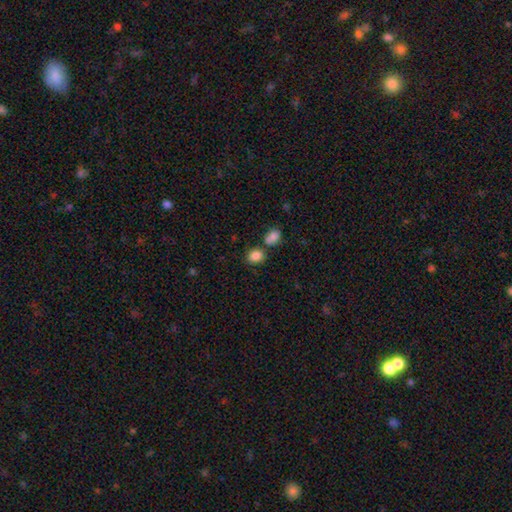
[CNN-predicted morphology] smooth_or_featured: smooth (p=0.86) [alt: star or artifact p=0.10]
how_rounded: in between (p=0.50) [alt: round p=0.49]
merging: none (p=0.64) [alt: merger p=0.20]